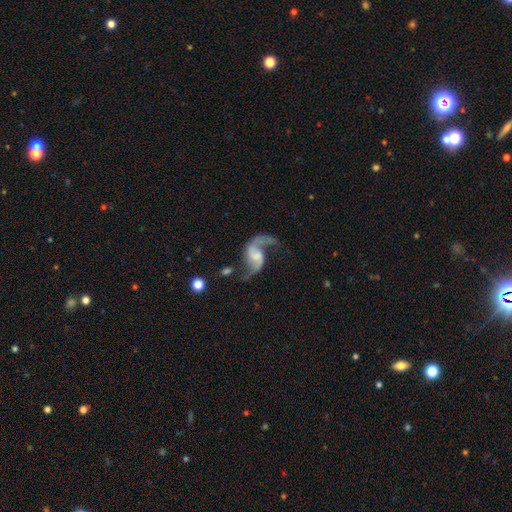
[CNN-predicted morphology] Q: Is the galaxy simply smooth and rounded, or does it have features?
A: featured or disk — 90%.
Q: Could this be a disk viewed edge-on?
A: no — 98%.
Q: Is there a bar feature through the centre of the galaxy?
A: weak — 45%.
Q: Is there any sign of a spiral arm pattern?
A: yes — 97%.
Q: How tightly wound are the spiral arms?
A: loose — 78%.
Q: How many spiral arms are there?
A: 2 — 93%.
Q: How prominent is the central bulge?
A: none — 35%.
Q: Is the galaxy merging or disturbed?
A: none — 63%.